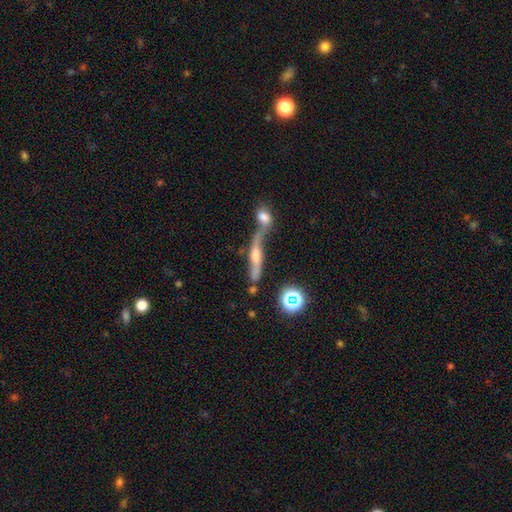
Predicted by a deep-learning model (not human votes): Q: Smooth or featured?
A: featured or disk (72%); runner-up: smooth (16%)
Q: Edge-on disk?
A: yes (88%); runner-up: no (12%)
Q: Edge-on bulge?
A: rounded (89%); runner-up: none (6%)
Q: Merging?
A: none (48%); runner-up: merger (35%)